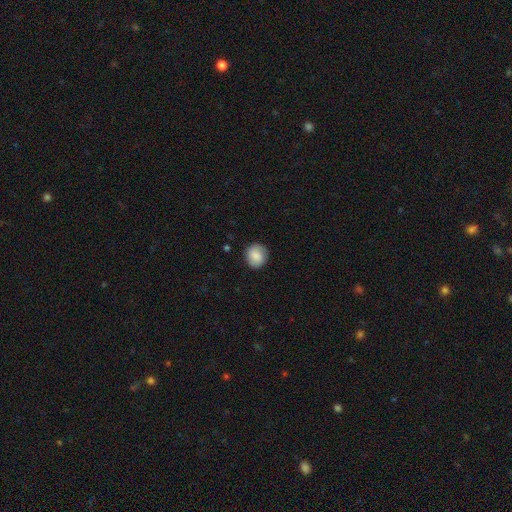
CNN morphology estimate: Smooth or featured?
  - smooth: 84% *
  - featured or disk: 9%
  - star or artifact: 8%
How rounded?
  - round: 87% *
  - in between: 12%
  - cigar-shaped: 1%
Merging?
  - none: 87% *
  - minor disturbance: 10%
  - major disturbance: 2%
  - merger: 1%